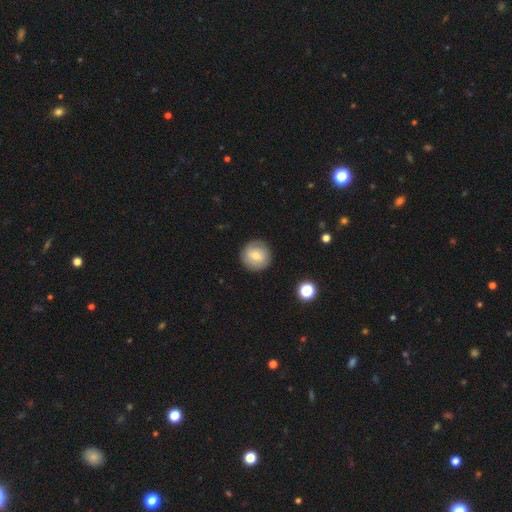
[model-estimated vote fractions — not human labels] Morphology: type=smooth (62%); roundness=round (93%); merging=none (86%).